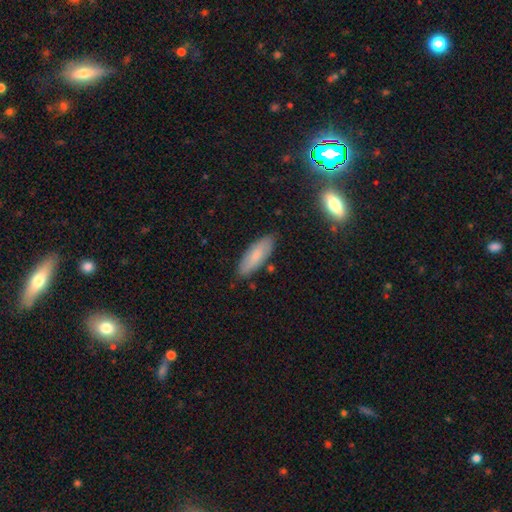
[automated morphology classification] Overall: smooth (76%). How rounded: in between (55%; cigar-shaped 43%). Merging: none (83%).